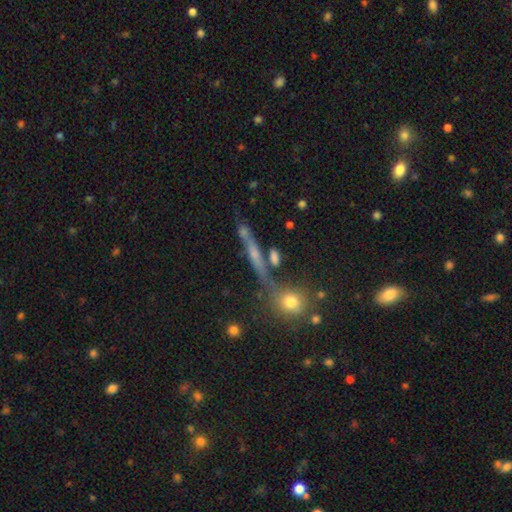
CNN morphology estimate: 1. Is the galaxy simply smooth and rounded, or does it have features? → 54% featured or disk, 26% smooth, 20% star or artifact.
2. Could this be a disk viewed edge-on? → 86% yes, 14% no.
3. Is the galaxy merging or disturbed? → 70% none, 13% minor disturbance, 10% merger, 6% major disturbance.